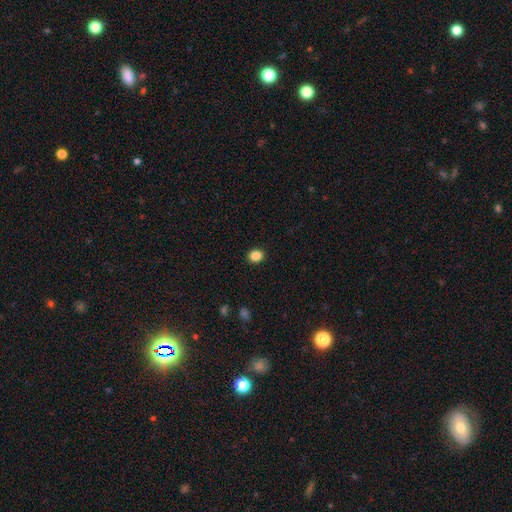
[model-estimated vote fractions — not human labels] Overall: smooth (86%). How rounded: round (63%; in between 36%). Merging: none (91%).